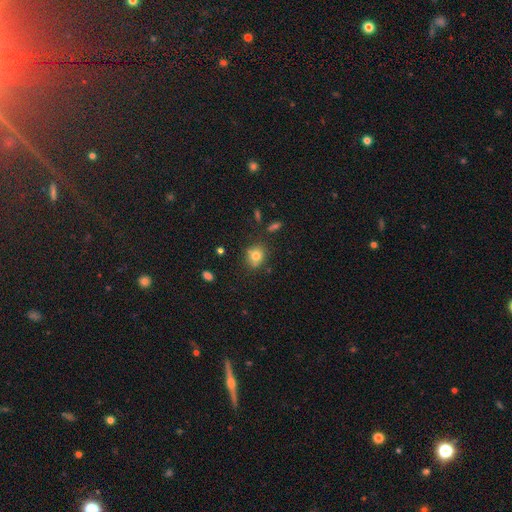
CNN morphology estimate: Smooth or featured: smooth — 76% (star or artifact — 13%)
How rounded: round — 64% (in between — 35%)
Merging: none — 73% (minor disturbance — 16%)